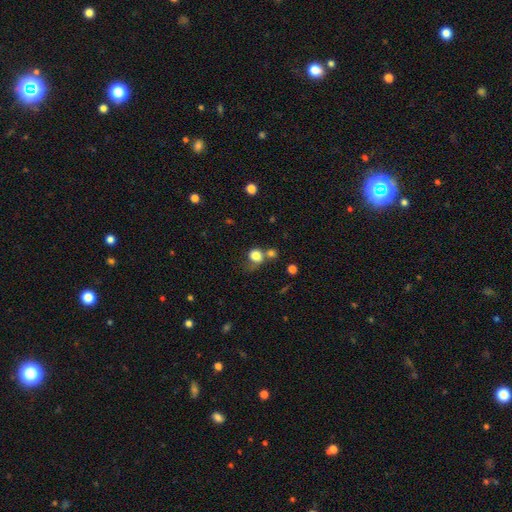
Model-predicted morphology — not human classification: The model was most divided on "merging": none: 36%, merger: 27%, minor disturbance: 19%, major disturbance: 18%. More confident: smooth or featured — smooth (79%); how rounded — round (71%).